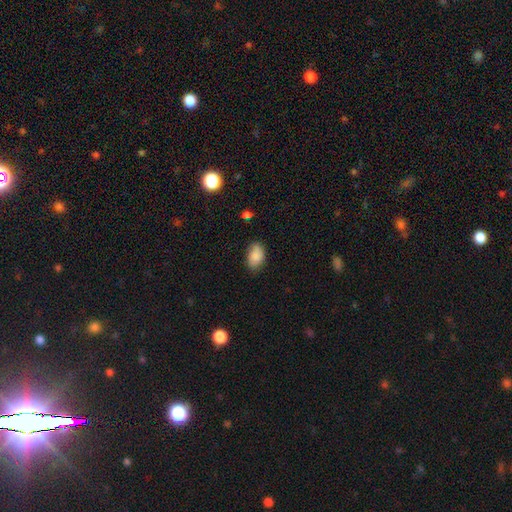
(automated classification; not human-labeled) This appears to be a smooth galaxy with no disk features (86%) that is in between round and cigar-shaped (89%). Merging: none (75%).